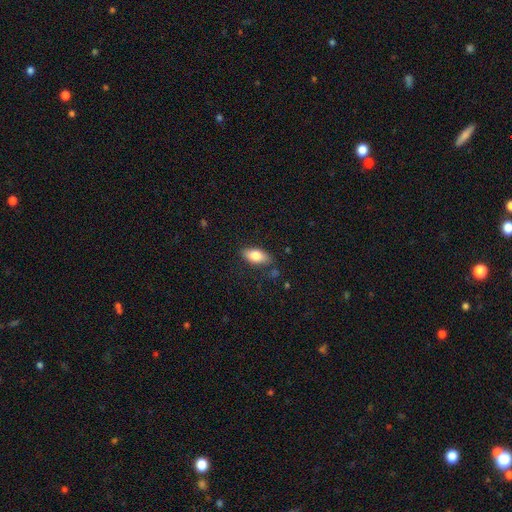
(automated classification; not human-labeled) The model was most divided on "smooth or featured": smooth: 78%, featured or disk: 15%, star or artifact: 7%. More confident: how rounded — in between (88%); merging — none (81%).